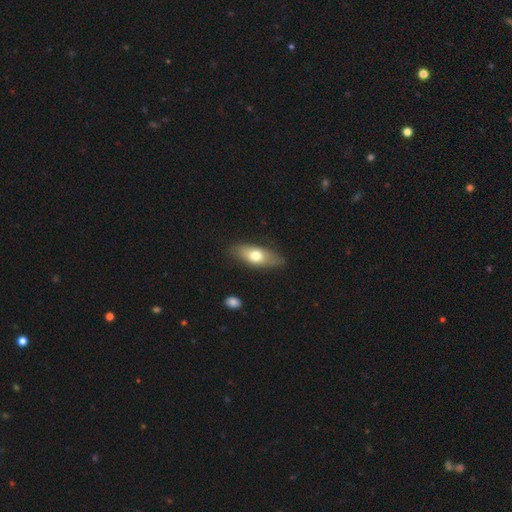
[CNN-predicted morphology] smooth_or_featured: smooth (p=0.64) [alt: featured or disk p=0.30]
how_rounded: in between (p=0.74) [alt: cigar-shaped p=0.22]
merging: none (p=0.80) [alt: minor disturbance p=0.15]